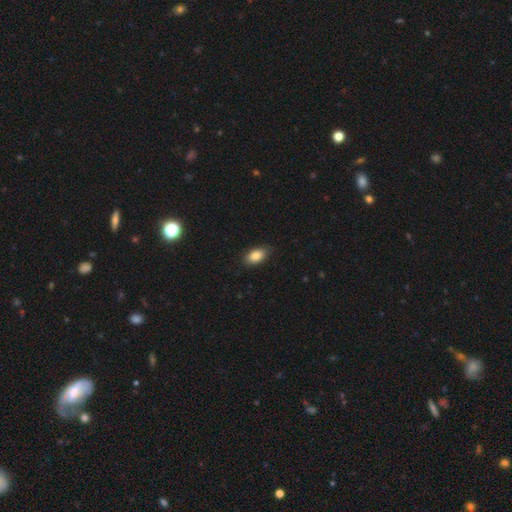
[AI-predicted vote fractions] Overall: smooth (85%). How rounded: in between (91%). Merging: none (84%).